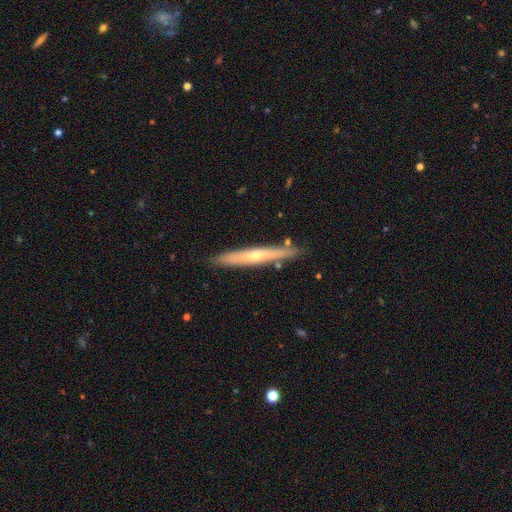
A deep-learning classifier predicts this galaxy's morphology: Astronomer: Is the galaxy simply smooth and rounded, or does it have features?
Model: featured or disk — 57% (runner-up: smooth, 37%).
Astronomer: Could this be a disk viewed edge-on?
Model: yes — 90%.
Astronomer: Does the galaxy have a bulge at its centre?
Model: rounded — 66%.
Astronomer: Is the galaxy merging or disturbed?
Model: none — 86%.